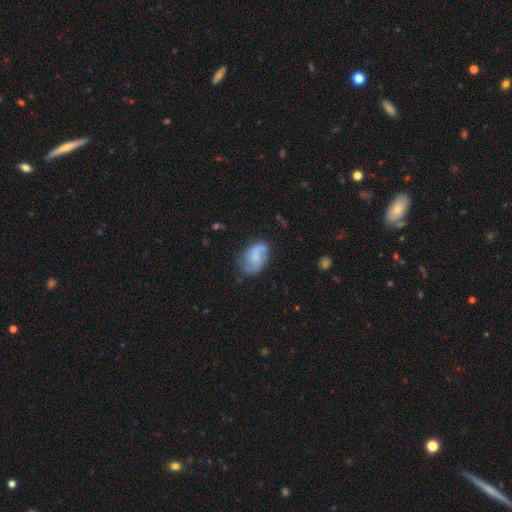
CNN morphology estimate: smooth-or-featured: smooth: 50% | featured or disk: 41% | star or artifact: 9%
  how-rounded: in between: 85% | round: 13% | cigar-shaped: 2%
  merging: none: 50% | minor disturbance: 29% | major disturbance: 16% | merger: 5%